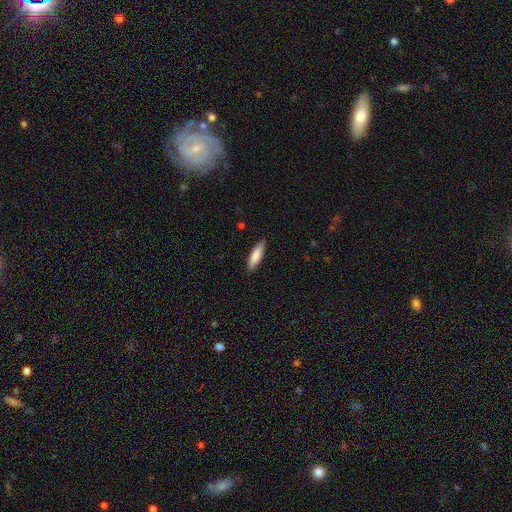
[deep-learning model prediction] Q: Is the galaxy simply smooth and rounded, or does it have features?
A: smooth — 82%.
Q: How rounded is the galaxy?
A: cigar-shaped — 62%.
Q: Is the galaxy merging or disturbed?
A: none — 87%.